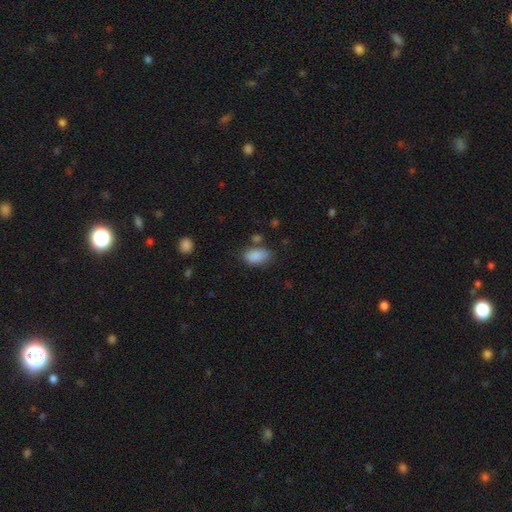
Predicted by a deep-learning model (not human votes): The model was most divided on "merging": none: 68%, minor disturbance: 19%, merger: 7%, major disturbance: 6%. More confident: how rounded — in between (90%); smooth or featured — smooth (87%).